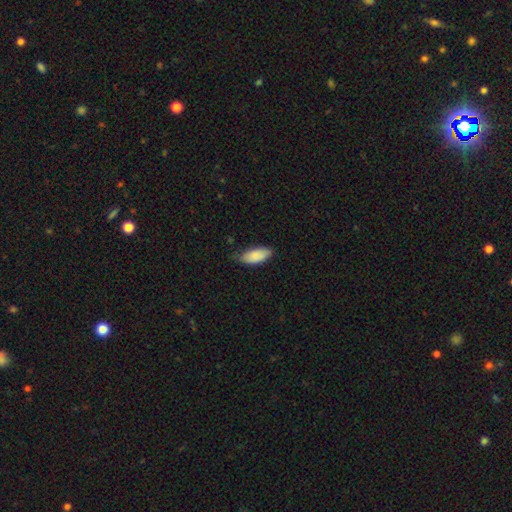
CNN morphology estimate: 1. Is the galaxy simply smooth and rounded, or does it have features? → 86% smooth, 8% featured or disk, 6% star or artifact.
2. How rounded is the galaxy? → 86% in between, 13% cigar-shaped, 2% round.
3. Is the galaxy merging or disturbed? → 68% none, 27% minor disturbance, 4% major disturbance, 1% merger.